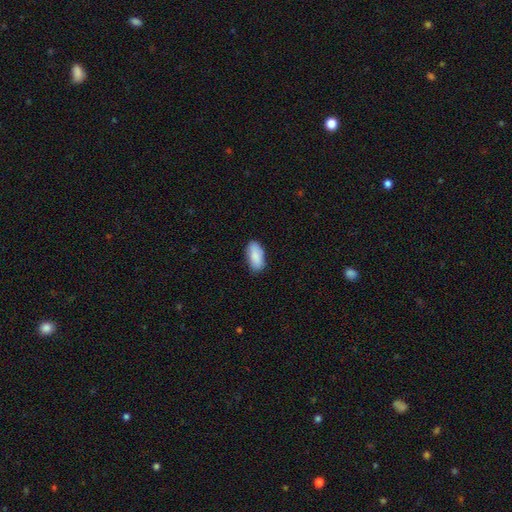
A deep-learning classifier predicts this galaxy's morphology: The model was most divided on "merging": none: 82%, minor disturbance: 14%, major disturbance: 2%, merger: 1%. More confident: how rounded — in between (91%); smooth or featured — smooth (88%).